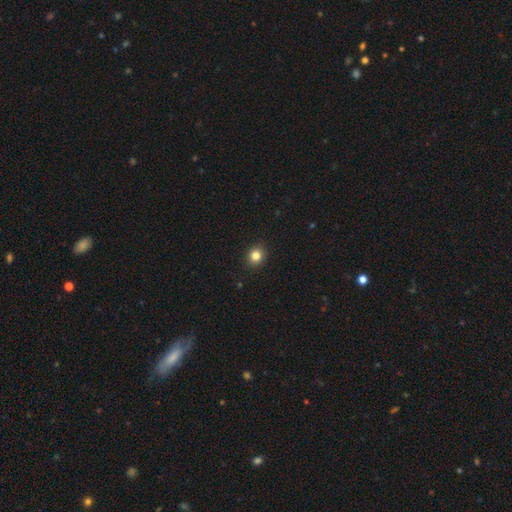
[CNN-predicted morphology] Overall: smooth (83%). How rounded: round (77%). Merging: none (91%).